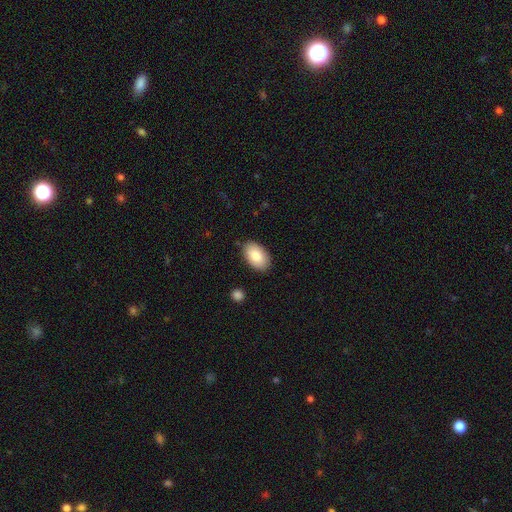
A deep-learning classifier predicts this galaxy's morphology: Smooth or featured?
  - smooth: 83% *
  - featured or disk: 11%
  - star or artifact: 6%
How rounded?
  - in between: 94% *
  - round: 5%
  - cigar-shaped: 1%
Merging?
  - none: 86% *
  - minor disturbance: 10%
  - major disturbance: 2%
  - merger: 1%